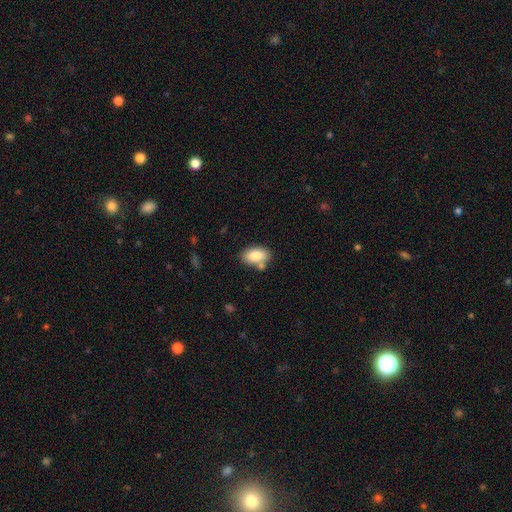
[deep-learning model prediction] Q: Smooth or featured?
A: smooth (82%); runner-up: featured or disk (11%)
Q: How rounded?
A: in between (92%); runner-up: round (6%)
Q: Merging?
A: none (67%); runner-up: minor disturbance (15%)